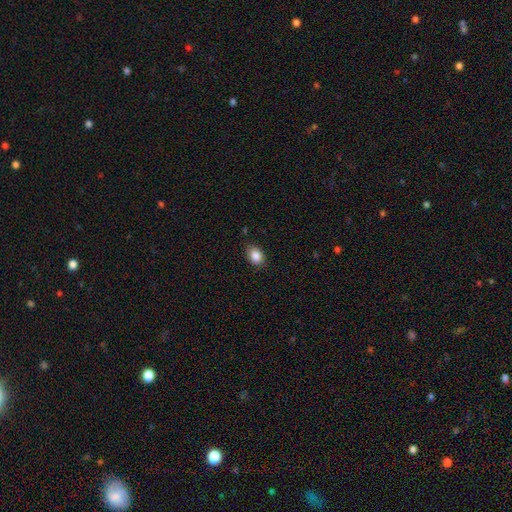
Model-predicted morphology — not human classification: Smooth or featured?
  - smooth: 87% *
  - star or artifact: 9%
  - featured or disk: 5%
How rounded?
  - in between: 69% *
  - round: 29%
  - cigar-shaped: 1%
Merging?
  - none: 81% *
  - minor disturbance: 15%
  - major disturbance: 3%
  - merger: 1%